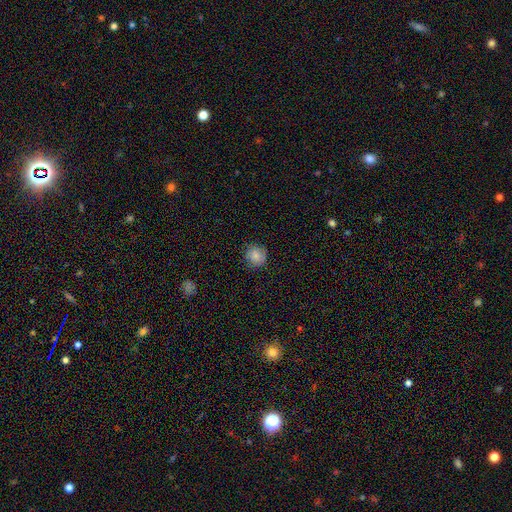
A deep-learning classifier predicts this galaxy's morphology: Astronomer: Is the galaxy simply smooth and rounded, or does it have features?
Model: smooth — 83%.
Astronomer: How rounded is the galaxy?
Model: round — 91%.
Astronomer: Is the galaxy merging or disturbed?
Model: none — 84%.